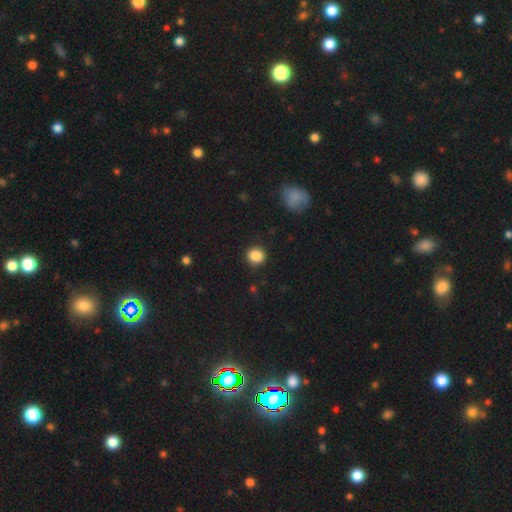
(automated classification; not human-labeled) The model was most divided on "smooth or featured": smooth: 87%, star or artifact: 10%, featured or disk: 3%. More confident: merging — none (90%); how rounded — round (88%).